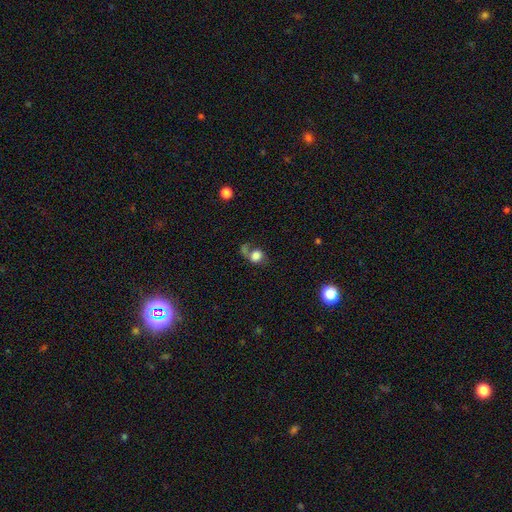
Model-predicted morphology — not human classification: Smooth or featured: smooth — 71% (featured or disk — 17%)
How rounded: round — 69% (in between — 30%)
Merging: none — 36% (major disturbance — 25%)